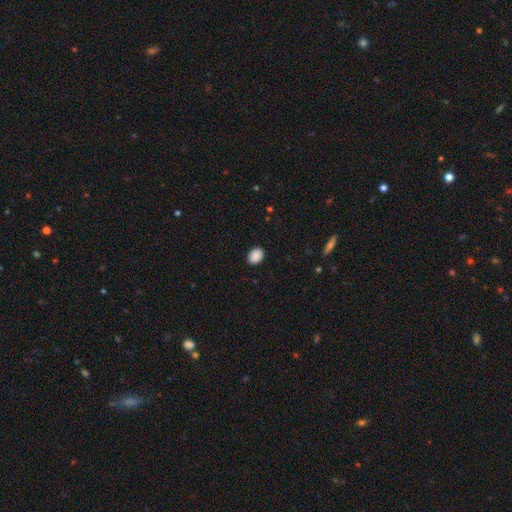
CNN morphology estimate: Q: Smooth or featured?
A: smooth (90%); runner-up: star or artifact (8%)
Q: How rounded?
A: in between (68%); runner-up: round (31%)
Q: Merging?
A: none (89%); runner-up: minor disturbance (8%)